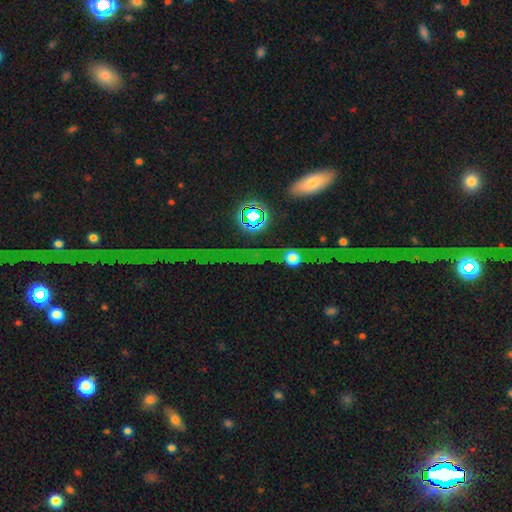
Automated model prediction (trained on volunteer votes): A star or artifact, not a galaxy (67%).

Vote fractions:
- Smooth or featured? star or artifact: 67% / smooth: 17% / featured or disk: 16%